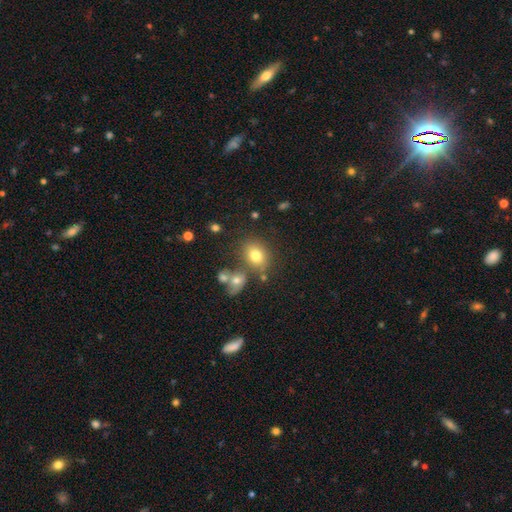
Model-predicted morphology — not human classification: This is likely a smooth galaxy (76%). How rounded: possibly in between (58%). Merging: likely none (67%).